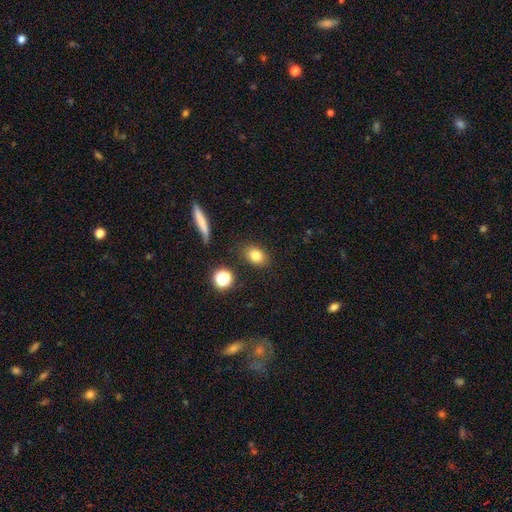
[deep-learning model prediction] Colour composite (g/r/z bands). It shows a smooth galaxy with no disk features (80%) that is in between round and cigar-shaped (63%). Merging: none (85%).